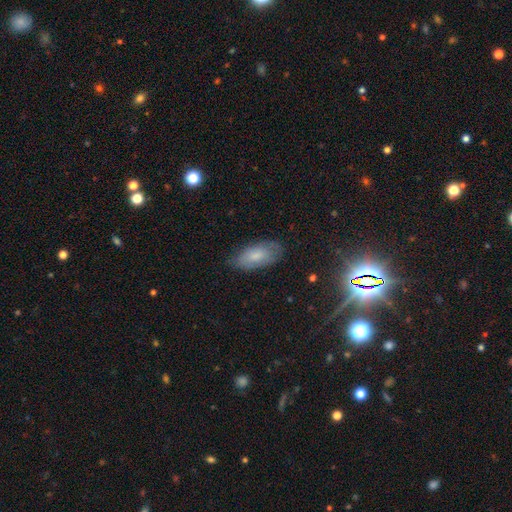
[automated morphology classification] Smooth or featured?
  - smooth: 74% *
  - featured or disk: 18%
  - star or artifact: 8%
How rounded?
  - in between: 91% *
  - cigar-shaped: 7%
  - round: 2%
Merging?
  - none: 74% *
  - minor disturbance: 21%
  - major disturbance: 4%
  - merger: 1%